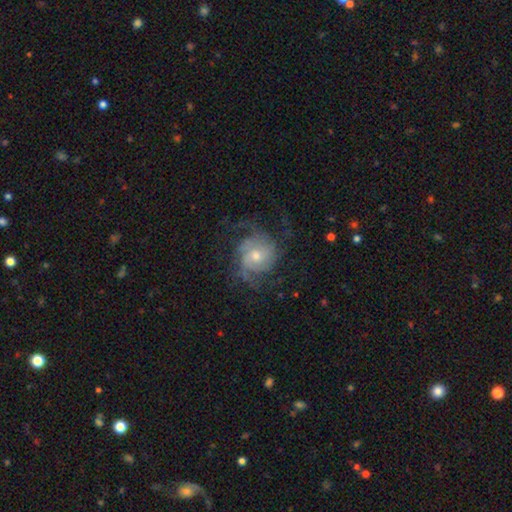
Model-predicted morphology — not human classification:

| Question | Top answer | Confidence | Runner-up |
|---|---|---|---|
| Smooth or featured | featured or disk | 80% | smooth (13%) |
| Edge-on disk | no | 97% | yes (3%) |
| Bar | no | 72% | weak (24%) |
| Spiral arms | yes | 93% | no (7%) |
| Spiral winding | tight | 43% | medium (40%) |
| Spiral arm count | can't tell | 28% | 3 (27%) |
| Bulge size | moderate | 57% | small (36%) |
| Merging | none | 65% | minor disturbance (17%) |